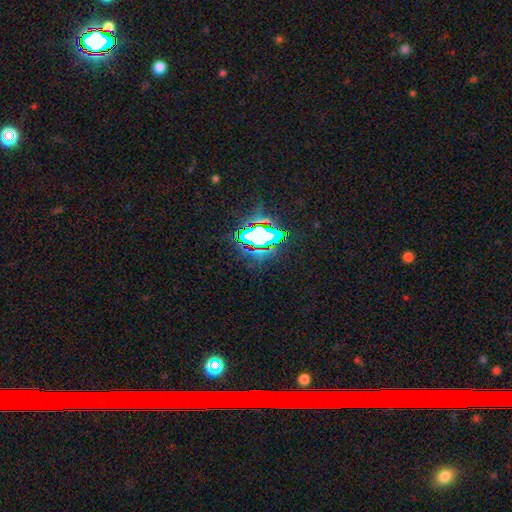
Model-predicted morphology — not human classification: This is likely a star or artifact rather than a galaxy (78%).